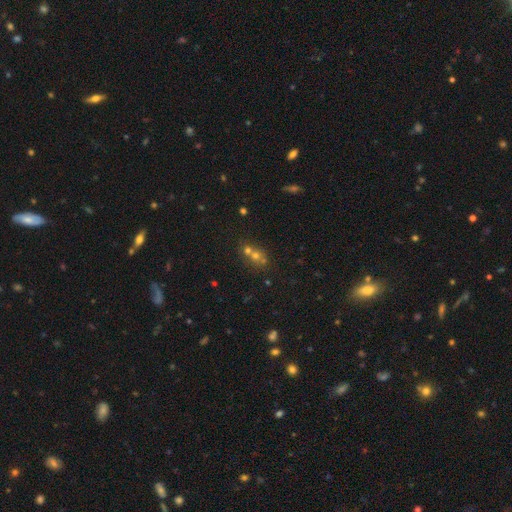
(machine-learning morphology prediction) smooth_or_featured: smooth (p=0.52) [alt: star or artifact p=0.29]
how_rounded: round (p=0.74) [alt: in between p=0.24]
merging: merger (p=0.53) [alt: none p=0.38]